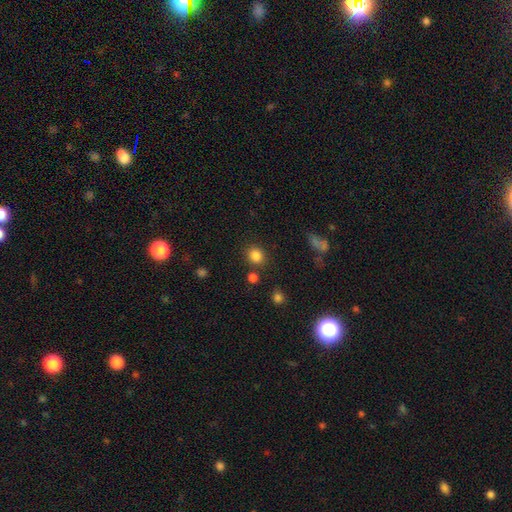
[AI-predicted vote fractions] This appears to be a smooth galaxy with no disk features (84%) that is round (79%). Merging: none (82%).